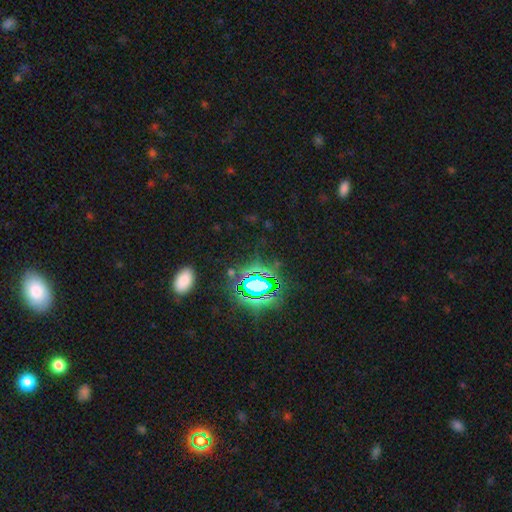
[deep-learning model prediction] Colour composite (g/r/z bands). It shows a star or artifact, not a galaxy (78%).